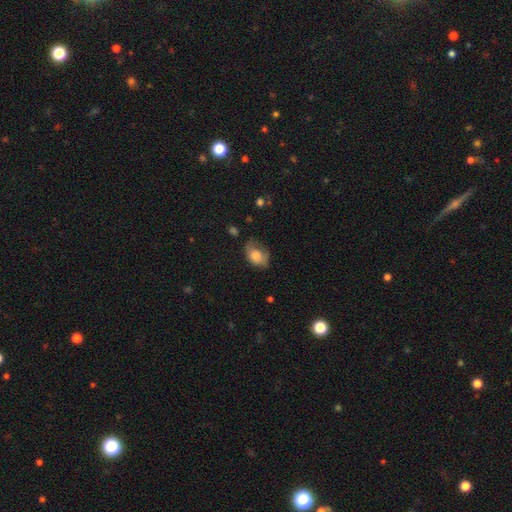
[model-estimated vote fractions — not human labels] Smooth or featured: smooth — 72% (featured or disk — 20%)
How rounded: in between — 77% (round — 21%)
Merging: none — 44% (minor disturbance — 35%)